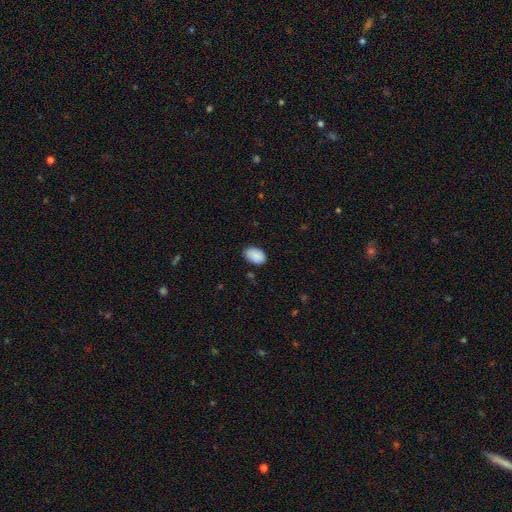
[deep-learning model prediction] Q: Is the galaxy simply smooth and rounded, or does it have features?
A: smooth — 90%.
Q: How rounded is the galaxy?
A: in between — 88%.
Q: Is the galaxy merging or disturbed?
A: none — 78%.